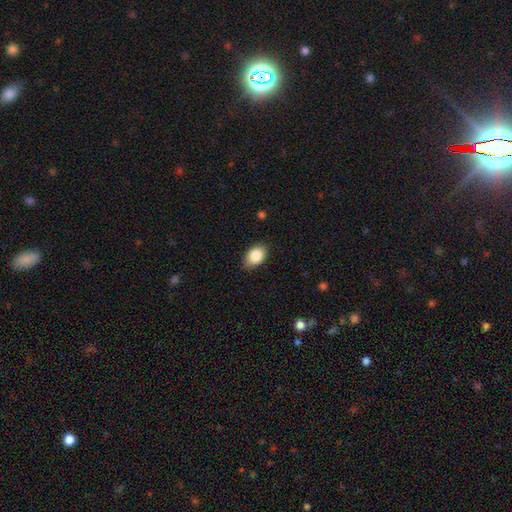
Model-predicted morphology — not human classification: smooth 86%, star or artifact 7%, featured or disk 7%. Down the decision tree: how rounded — in between (86%); merging — none (83%).